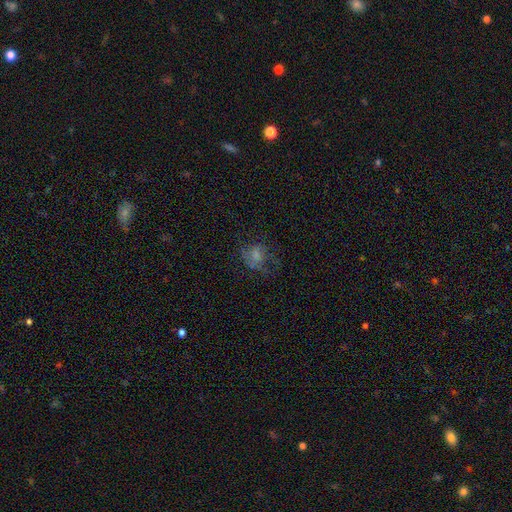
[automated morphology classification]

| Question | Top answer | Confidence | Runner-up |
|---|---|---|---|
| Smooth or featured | smooth | 55% | featured or disk (31%) |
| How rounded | round | 59% | in between (40%) |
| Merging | none | 44% | major disturbance (31%) |